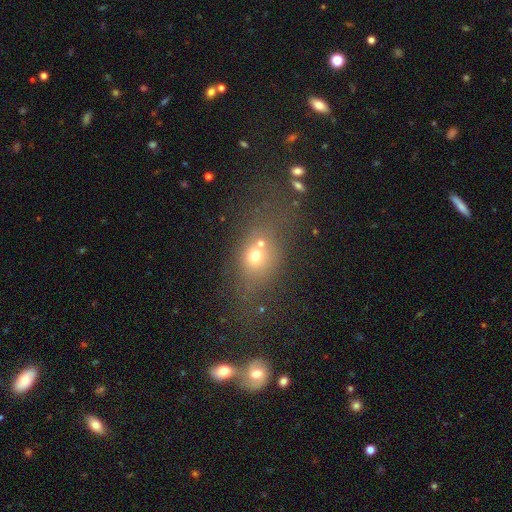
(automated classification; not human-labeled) A smooth galaxy with no disk features (61%) that is in between round and cigar-shaped (53%). Merging: none (47%).